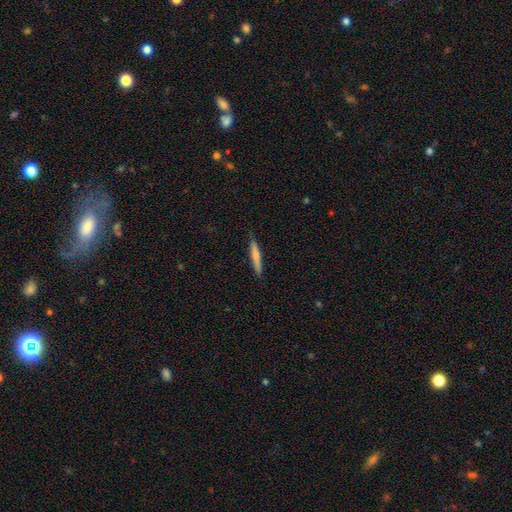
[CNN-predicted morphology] This is likely a smooth galaxy (62%). How rounded: clearly cigar-shaped (94%). Merging: clearly none (85%).